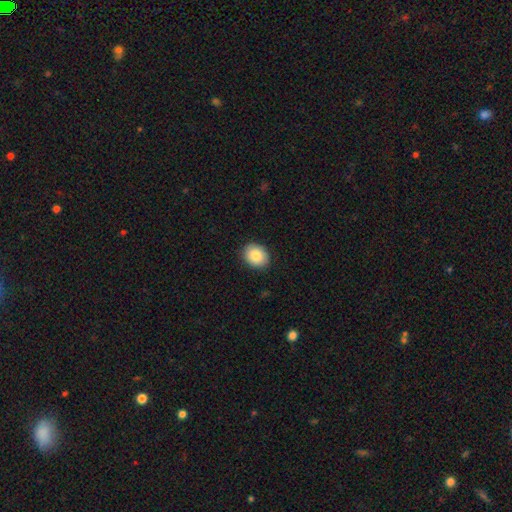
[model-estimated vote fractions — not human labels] Smooth or featured: smooth — 84% (featured or disk — 9%)
How rounded: round — 53% (in between — 46%)
Merging: none — 89% (minor disturbance — 8%)